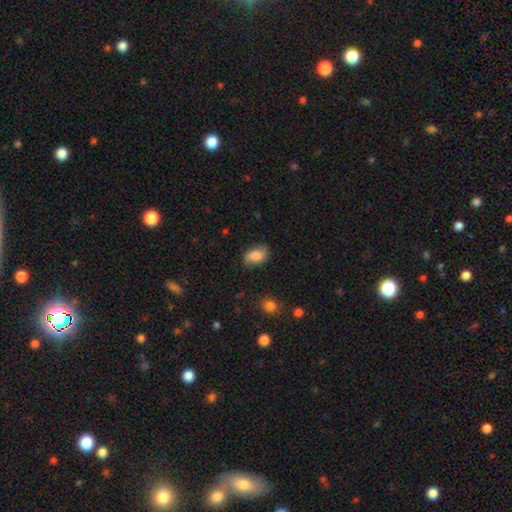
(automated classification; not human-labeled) Smooth or featured? Predicted: smooth (p=0.78). How rounded? Predicted: in between (p=0.87). Merging? Predicted: none (p=0.71).